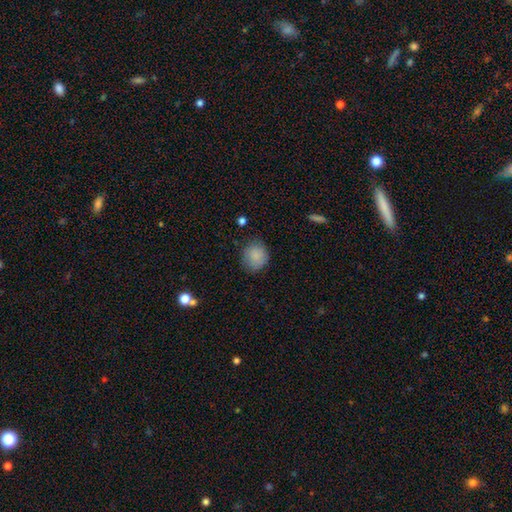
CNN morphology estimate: This is clearly a smooth galaxy (86%). How rounded: likely round (77%). Merging: likely none (78%).